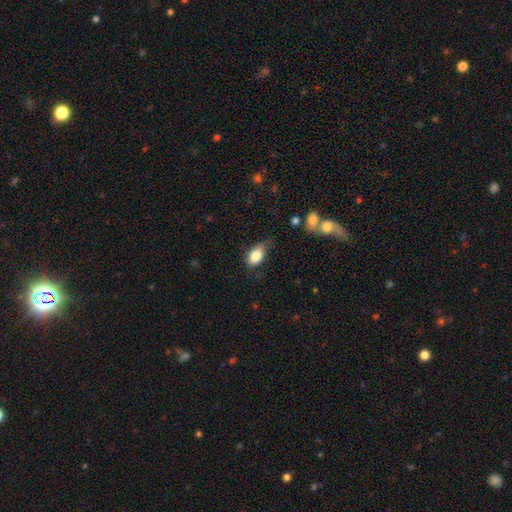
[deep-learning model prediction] Overall: smooth (83%). How rounded: in between (89%). Merging: none (52%; minor disturbance 36%).